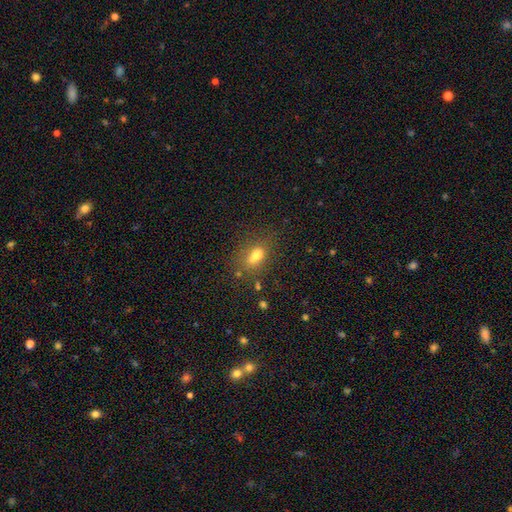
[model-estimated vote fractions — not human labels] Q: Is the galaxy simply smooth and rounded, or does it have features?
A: smooth — 76%.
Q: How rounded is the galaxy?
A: in between — 80%.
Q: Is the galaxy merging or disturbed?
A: none — 73%.